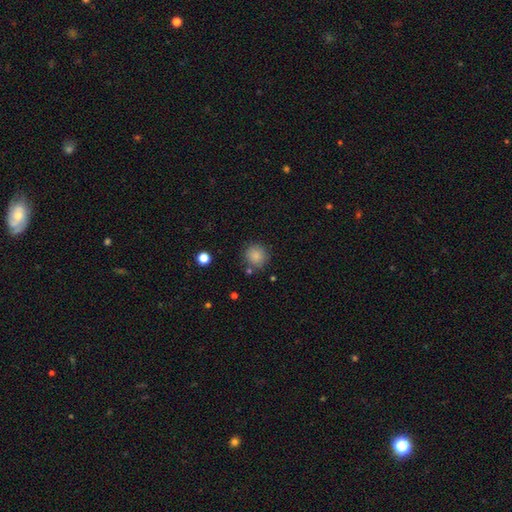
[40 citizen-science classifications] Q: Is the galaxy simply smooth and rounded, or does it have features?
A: smooth — 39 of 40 (98%).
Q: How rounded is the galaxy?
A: round — 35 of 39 (90%).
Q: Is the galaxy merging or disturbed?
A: none — 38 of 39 (97%).